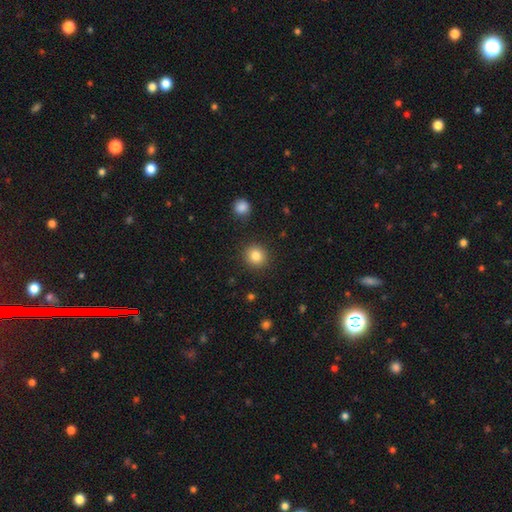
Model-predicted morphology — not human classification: type=smooth (84%); roundness=round (89%); merging=none (89%).